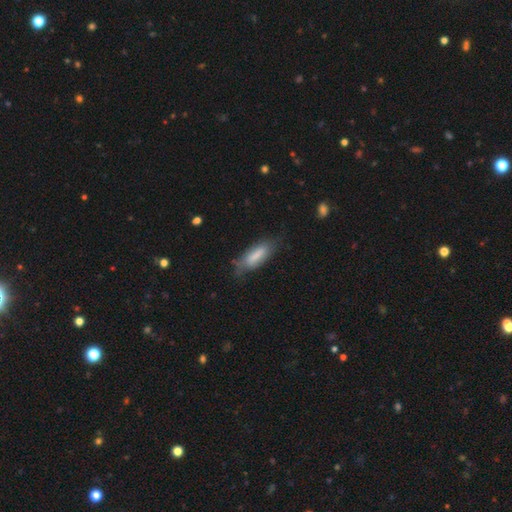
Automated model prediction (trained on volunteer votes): Morphology: type=smooth (74%); roundness=in between (56%); merging=none (63%).